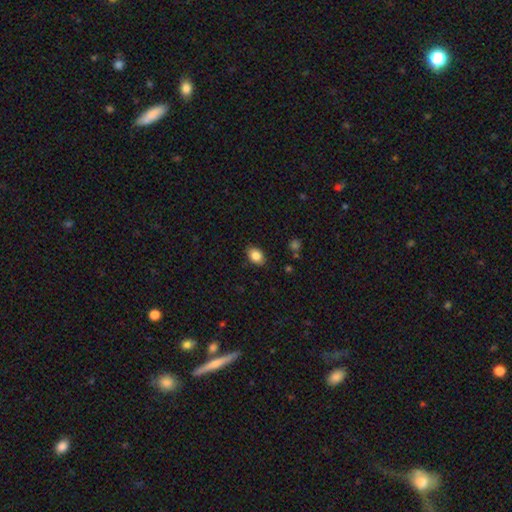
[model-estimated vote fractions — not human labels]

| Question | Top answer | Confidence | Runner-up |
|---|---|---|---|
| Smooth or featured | smooth | 85% | star or artifact (8%) |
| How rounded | in between | 80% | round (18%) |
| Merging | none | 87% | minor disturbance (10%) |